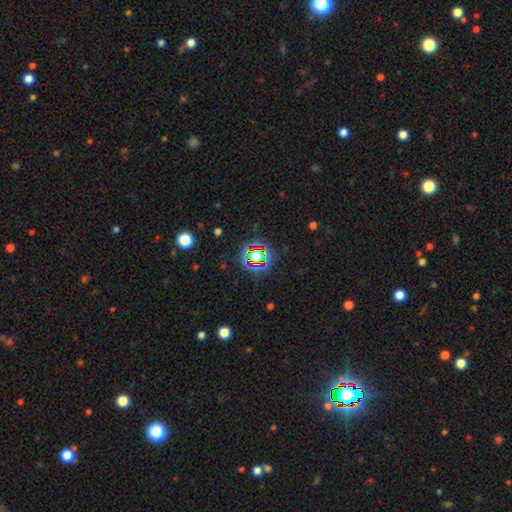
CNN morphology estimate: type=star or artifact (66%).